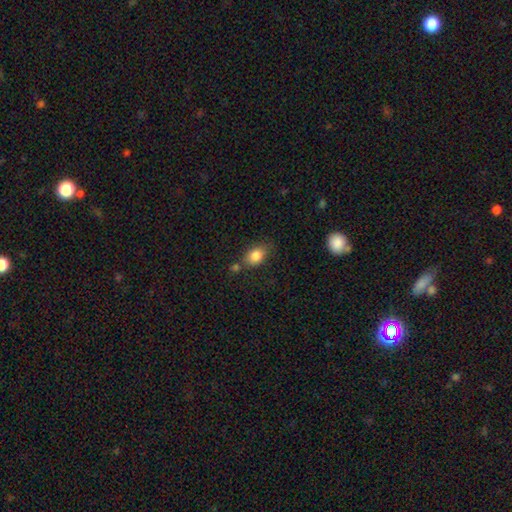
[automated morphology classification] Smooth or featured? Predicted: smooth (p=0.84). How rounded? Predicted: in between (p=0.77). Merging? Predicted: none (p=0.60).